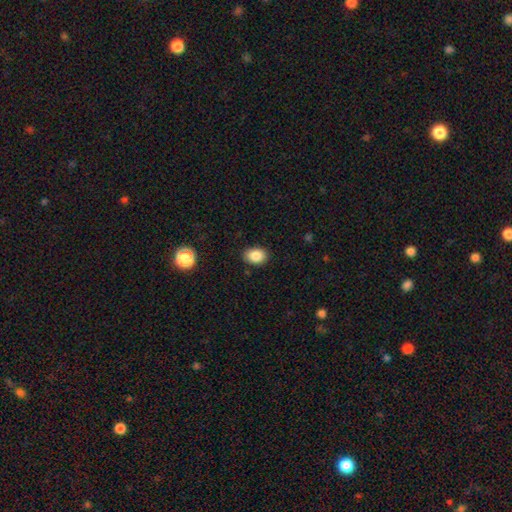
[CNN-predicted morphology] Q: Smooth or featured?
A: smooth (87%); runner-up: star or artifact (9%)
Q: How rounded?
A: in between (72%); runner-up: round (27%)
Q: Merging?
A: none (87%); runner-up: minor disturbance (9%)